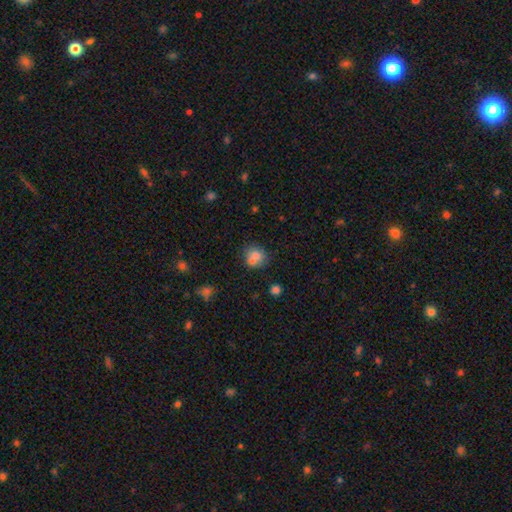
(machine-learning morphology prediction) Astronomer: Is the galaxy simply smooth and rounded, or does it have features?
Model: smooth — 75%.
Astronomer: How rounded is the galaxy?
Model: round — 75%.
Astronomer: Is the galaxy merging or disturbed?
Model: none — 49% (runner-up: merger, 34%).